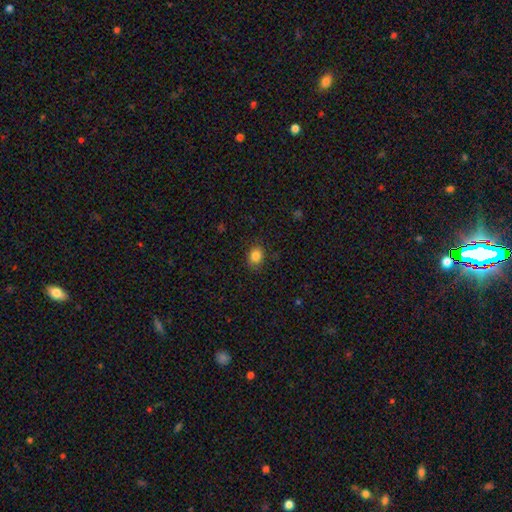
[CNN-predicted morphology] This is clearly a smooth galaxy (84%). How rounded: possibly round (57%). Merging: clearly none (85%).